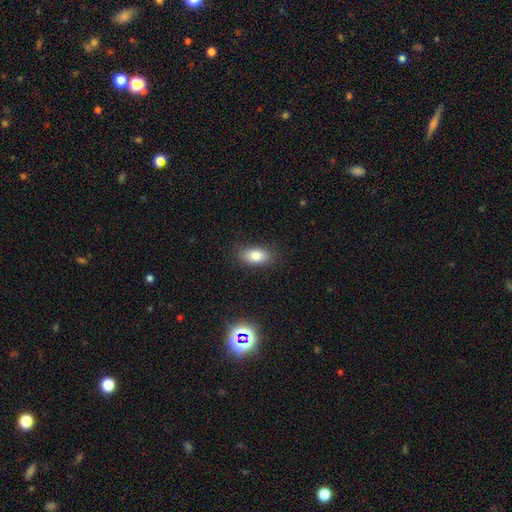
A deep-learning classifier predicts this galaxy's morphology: Smooth or featured?
  - smooth: 81% *
  - star or artifact: 10%
  - featured or disk: 9%
How rounded?
  - in between: 88% *
  - round: 8%
  - cigar-shaped: 4%
Merging?
  - none: 84% *
  - minor disturbance: 12%
  - major disturbance: 3%
  - merger: 1%